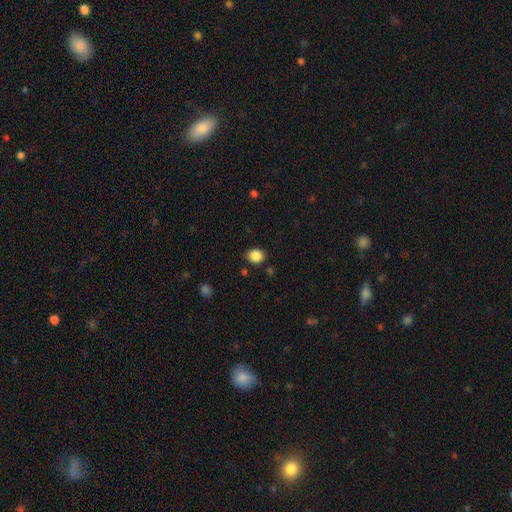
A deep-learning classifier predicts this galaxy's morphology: A smooth galaxy with no disk features (87%) that is round (66%).

Vote fractions:
- Smooth or featured? smooth: 87% / star or artifact: 10% / featured or disk: 3%
- How rounded? round: 66% / in between: 33% / cigar-shaped: 1%
- Merging? none: 84% / minor disturbance: 11% / major disturbance: 3% / merger: 2%